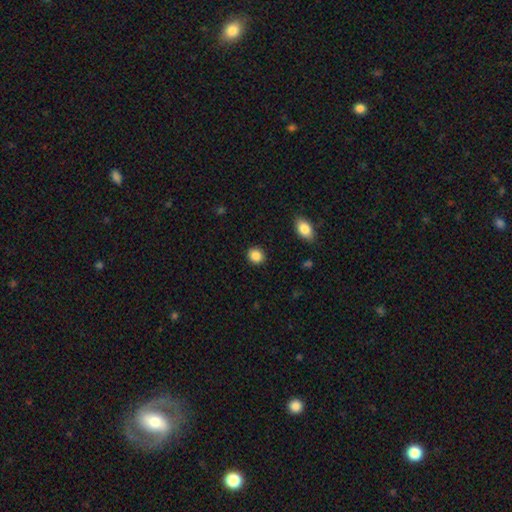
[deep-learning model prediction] Morphology: type=smooth (87%); roundness=round (77%); merging=none (91%).